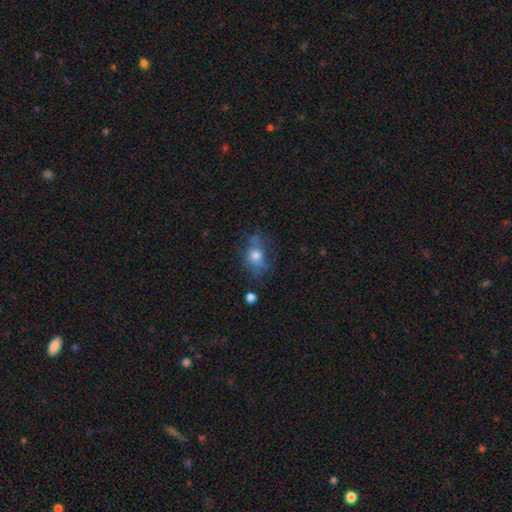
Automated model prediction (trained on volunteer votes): smooth 66%, featured or disk 23%, star or artifact 12%. Down the decision tree: how rounded — in between (58%); merging — none (55%).